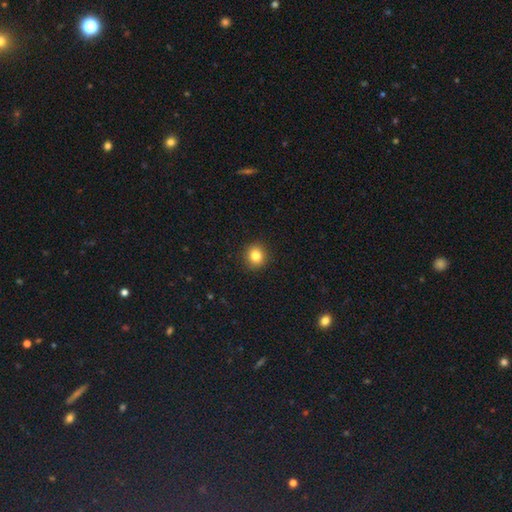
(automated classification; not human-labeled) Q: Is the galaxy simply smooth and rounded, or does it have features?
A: smooth — 83%.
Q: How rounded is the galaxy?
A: round — 88%.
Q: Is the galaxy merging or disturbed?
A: none — 92%.